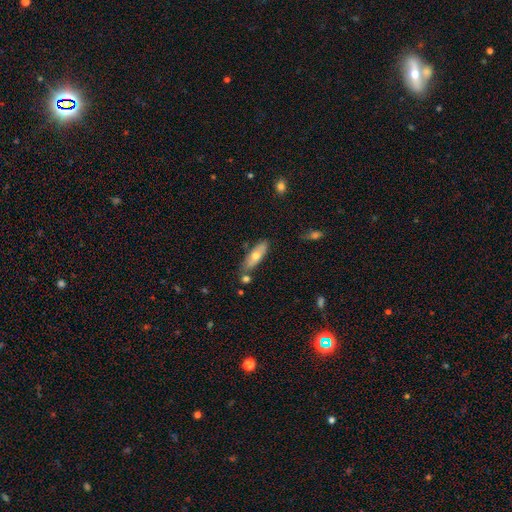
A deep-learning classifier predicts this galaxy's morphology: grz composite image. It shows a smooth galaxy with no disk features (58%) that is in between round and cigar-shaped (56%). Merging: none (70%).